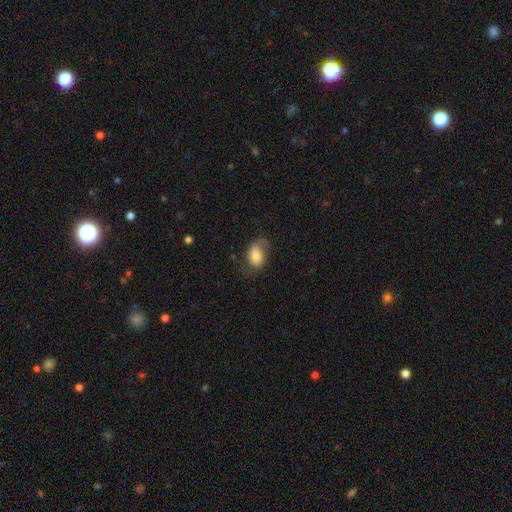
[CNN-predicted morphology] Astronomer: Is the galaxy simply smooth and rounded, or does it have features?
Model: smooth — 61%.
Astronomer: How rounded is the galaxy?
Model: in between — 79%.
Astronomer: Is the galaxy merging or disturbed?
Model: none — 52% (runner-up: minor disturbance, 27%).